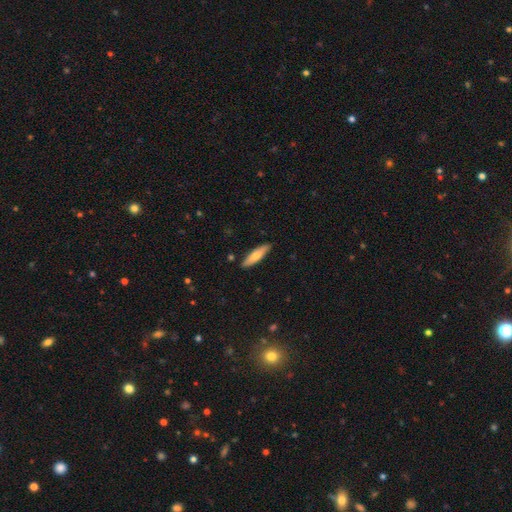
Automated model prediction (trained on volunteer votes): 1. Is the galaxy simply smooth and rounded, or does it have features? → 68% smooth, 26% featured or disk, 6% star or artifact.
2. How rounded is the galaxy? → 72% cigar-shaped, 26% in between, 2% round.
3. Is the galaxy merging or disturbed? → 88% none, 9% minor disturbance, 2% major disturbance, 2% merger.